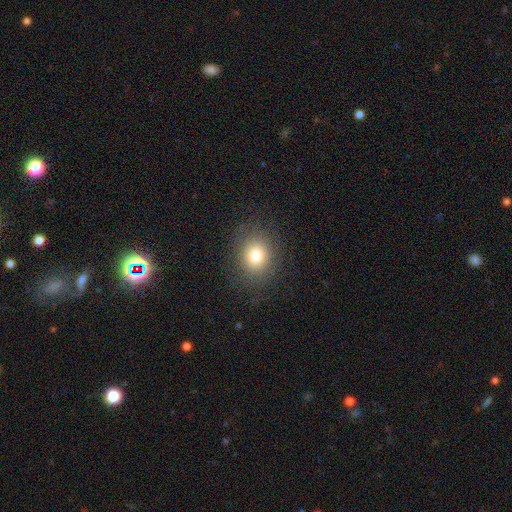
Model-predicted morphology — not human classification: smooth_or_featured: smooth (p=0.79) [alt: star or artifact p=0.13]
how_rounded: round (p=0.65) [alt: in between p=0.34]
merging: none (p=0.86) [alt: minor disturbance p=0.09]